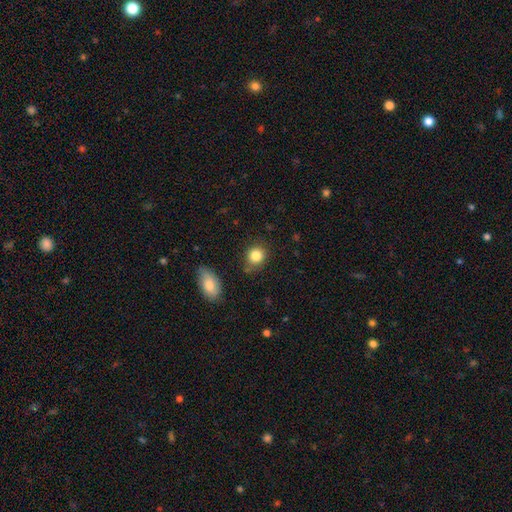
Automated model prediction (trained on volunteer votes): smooth 85%, star or artifact 10%, featured or disk 6%. Down the decision tree: how rounded — round (76%); merging — none (78%).